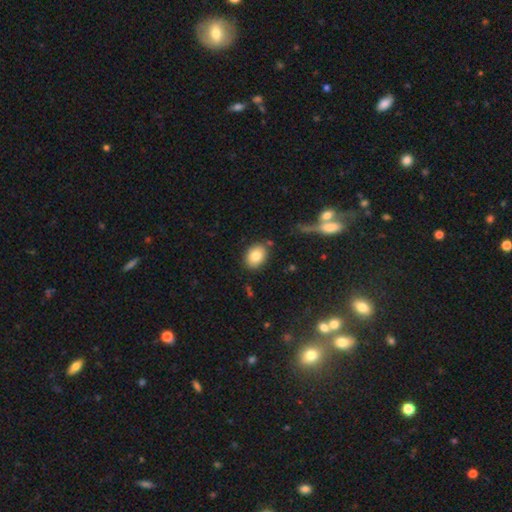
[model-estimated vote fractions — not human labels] Morphology: type=smooth (82%); roundness=in between (67%); merging=none (84%).